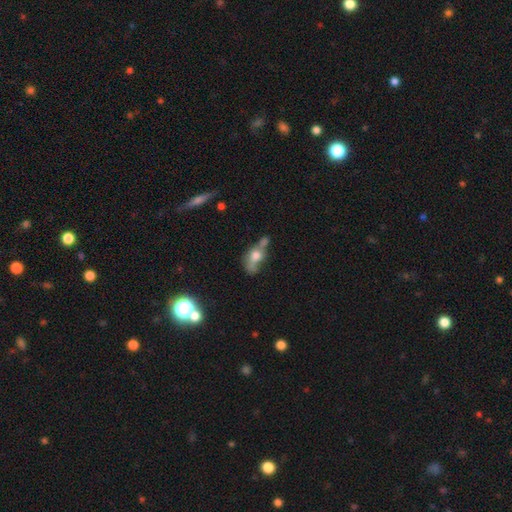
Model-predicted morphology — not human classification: Smooth or featured? smooth (53%)
How rounded? in between (71%)
Merging? merger (34%)